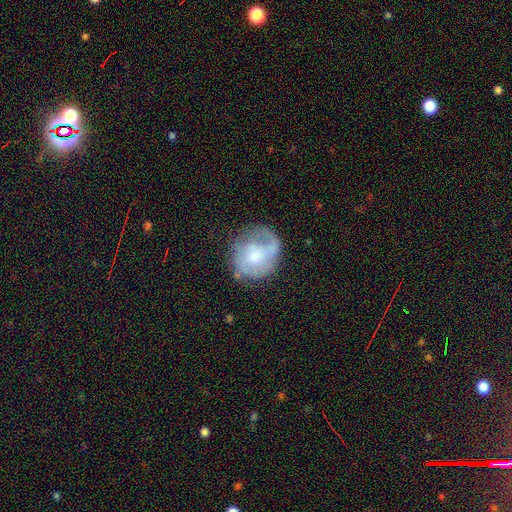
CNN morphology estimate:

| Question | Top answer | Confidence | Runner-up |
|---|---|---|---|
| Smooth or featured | featured or disk | 56% | smooth (37%) |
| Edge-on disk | no | 97% | yes (3%) |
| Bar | no | 72% | weak (24%) |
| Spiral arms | yes | 66% | no (34%) |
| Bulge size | moderate | 48% | small (32%) |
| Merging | none | 52% | minor disturbance (25%) |